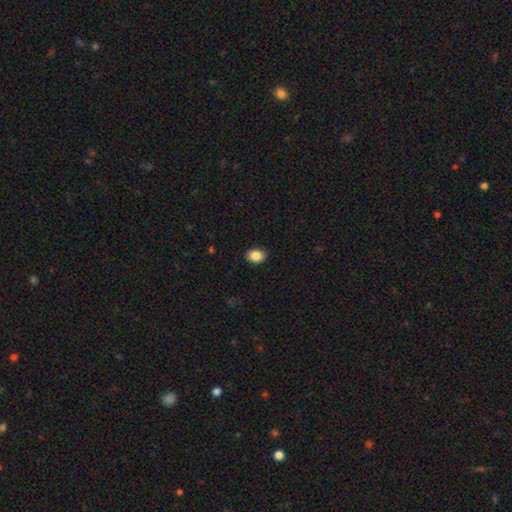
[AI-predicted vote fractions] smooth_or_featured: smooth (p=0.87) [alt: star or artifact p=0.09]
how_rounded: in between (p=0.65) [alt: round p=0.34]
merging: none (p=0.88) [alt: minor disturbance p=0.09]